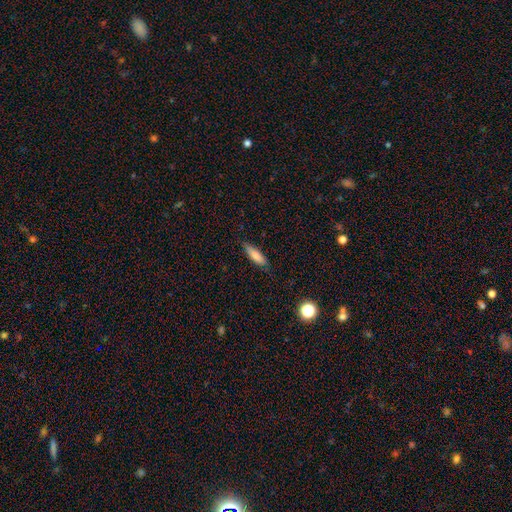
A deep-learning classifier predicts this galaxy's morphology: This is likely a smooth galaxy (79%). How rounded: possibly cigar-shaped (59%). Merging: clearly none (81%).